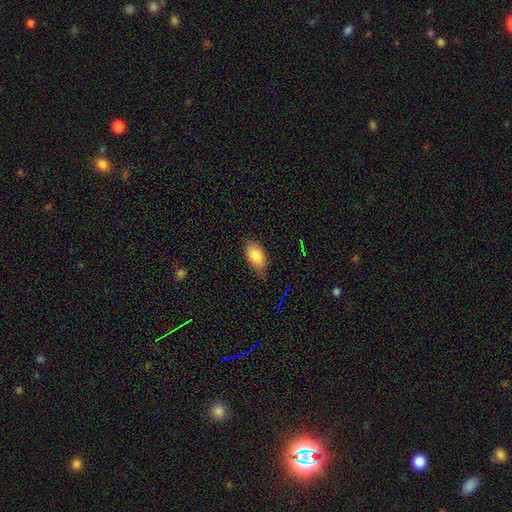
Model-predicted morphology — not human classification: smooth-or-featured: smooth: 85% | star or artifact: 8% | featured or disk: 7%
  how-rounded: in between: 92% | round: 4% | cigar-shaped: 4%
  merging: none: 70% | minor disturbance: 24% | major disturbance: 5% | merger: 1%